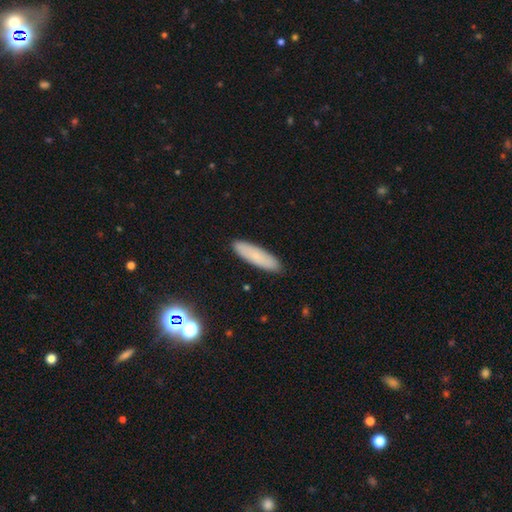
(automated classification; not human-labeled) Smooth or featured? smooth (76%)
How rounded? cigar-shaped (69%)
Merging? none (90%)